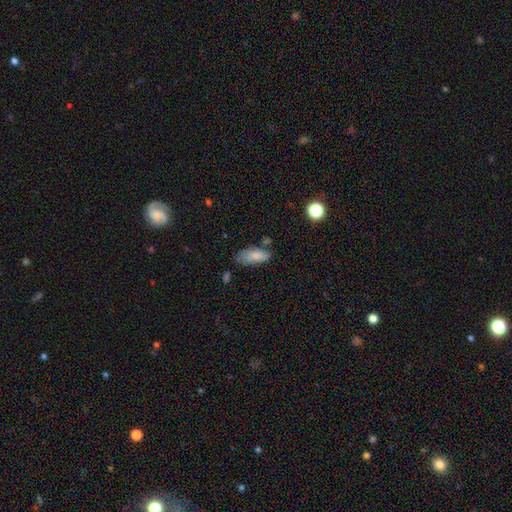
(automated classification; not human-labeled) Smooth or featured? Predicted: smooth (p=0.78). How rounded? Predicted: in between (p=0.85). Merging? Predicted: none (p=0.53).